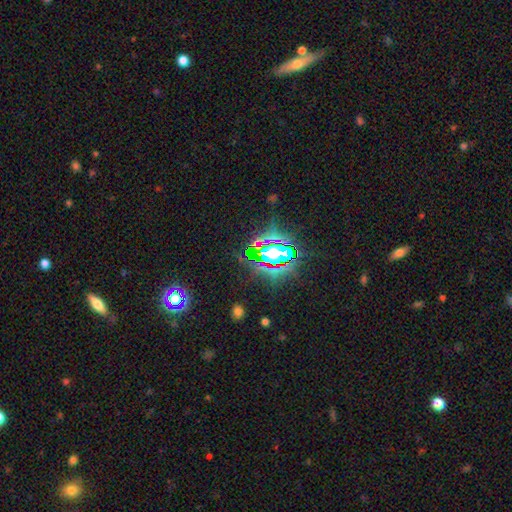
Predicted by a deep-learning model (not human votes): A star or artifact, not a galaxy (82%).